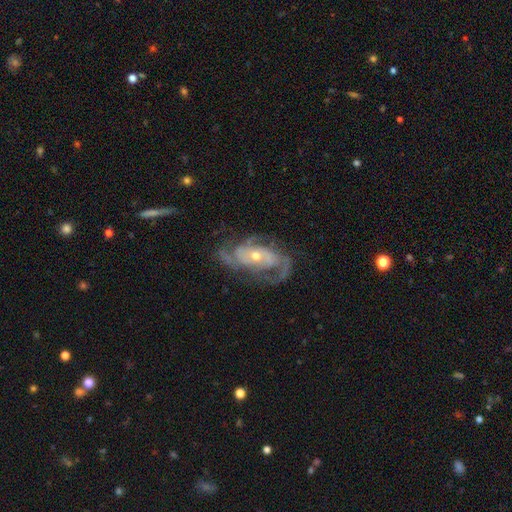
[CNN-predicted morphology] Smooth or featured? featured or disk (89%)
Edge-on disk? no (96%)
Bar? no (65%)
Spiral arms? yes (96%)
Spiral winding? medium (46%)
Spiral arm count? 2 (45%)
Bulge size? small (51%)
Merging? none (66%)